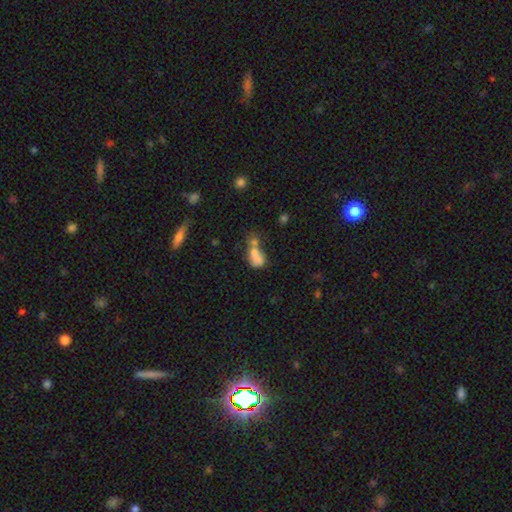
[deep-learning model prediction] Smooth or featured? Predicted: smooth (p=0.71). How rounded? Predicted: in between (p=0.79). Merging? Predicted: merger (p=0.52).